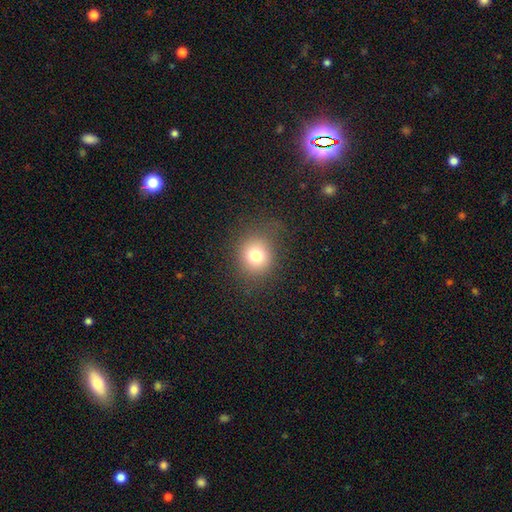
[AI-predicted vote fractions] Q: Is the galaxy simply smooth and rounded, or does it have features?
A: smooth — 76%.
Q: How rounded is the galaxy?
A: round — 82%.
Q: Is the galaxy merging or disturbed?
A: none — 81%.